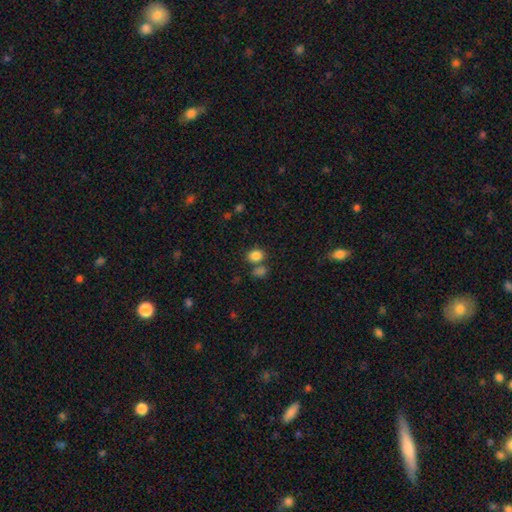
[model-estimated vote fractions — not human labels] Q: Smooth or featured?
A: smooth (84%); runner-up: star or artifact (11%)
Q: How rounded?
A: round (53%); runner-up: in between (46%)
Q: Merging?
A: none (63%); runner-up: merger (21%)